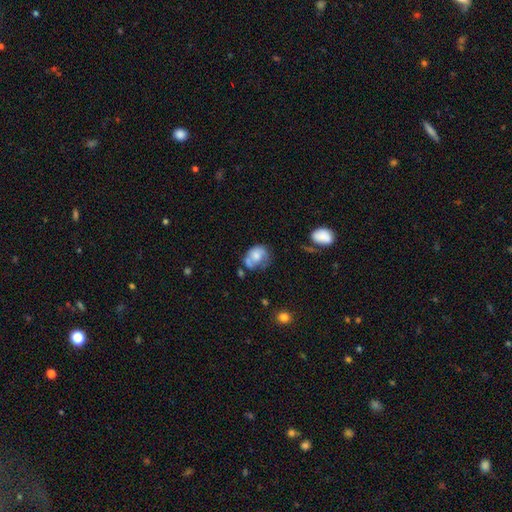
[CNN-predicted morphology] Smooth or featured? smooth (52%)
How rounded? in between (55%)
Merging? none (31%)